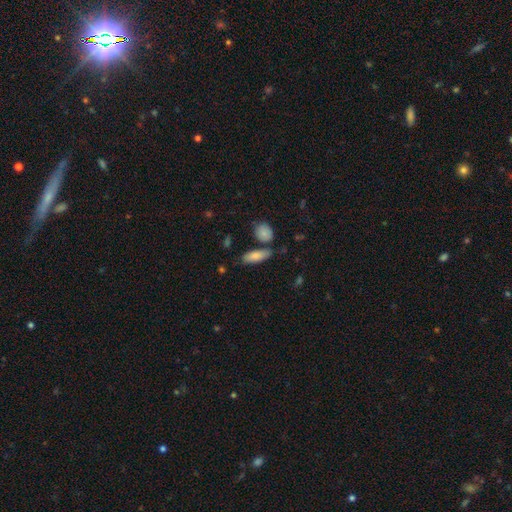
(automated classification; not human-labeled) The model was most divided on "how rounded": in between: 65%, cigar-shaped: 32%, round: 3%. More confident: smooth or featured — smooth (82%); merging — none (68%).